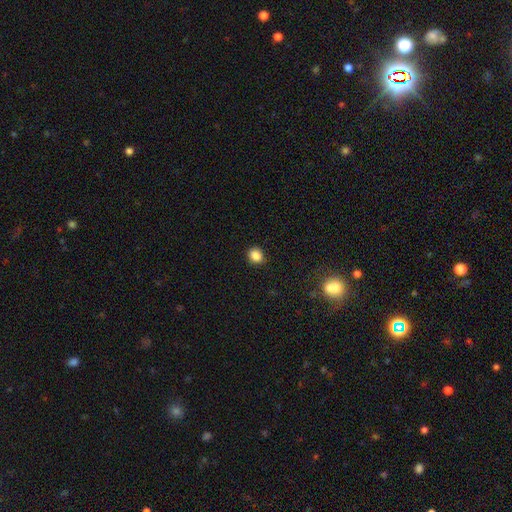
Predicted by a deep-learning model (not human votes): smooth-or-featured: smooth: 86% | star or artifact: 11% | featured or disk: 4%
  how-rounded: round: 75% | in between: 24% | cigar-shaped: 1%
  merging: none: 89% | minor disturbance: 8% | major disturbance: 2% | merger: 1%